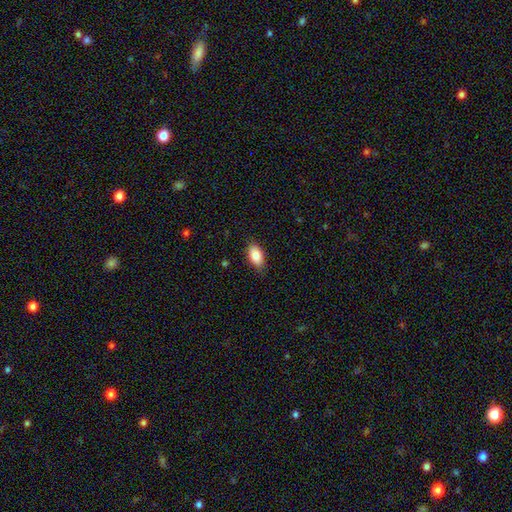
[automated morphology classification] The model was most divided on "merging": none: 84%, minor disturbance: 13%, major disturbance: 2%, merger: 1%. More confident: how rounded — in between (93%); smooth or featured — smooth (85%).